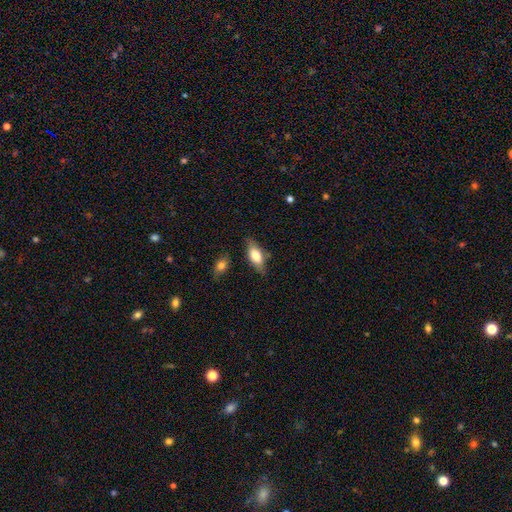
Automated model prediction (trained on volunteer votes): Q: Smooth or featured?
A: smooth (70%); runner-up: featured or disk (23%)
Q: How rounded?
A: in between (80%); runner-up: cigar-shaped (17%)
Q: Merging?
A: none (74%); runner-up: minor disturbance (19%)